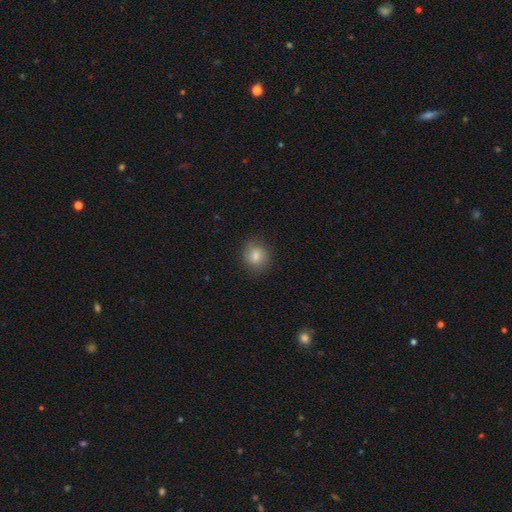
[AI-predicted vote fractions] A smooth galaxy with no disk features (82%) that is round (76%).

Vote fractions:
- Smooth or featured? smooth: 82% / star or artifact: 9% / featured or disk: 9%
- How rounded? round: 76% / in between: 23% / cigar-shaped: 1%
- Merging? none: 85% / minor disturbance: 11% / major disturbance: 3% / merger: 1%